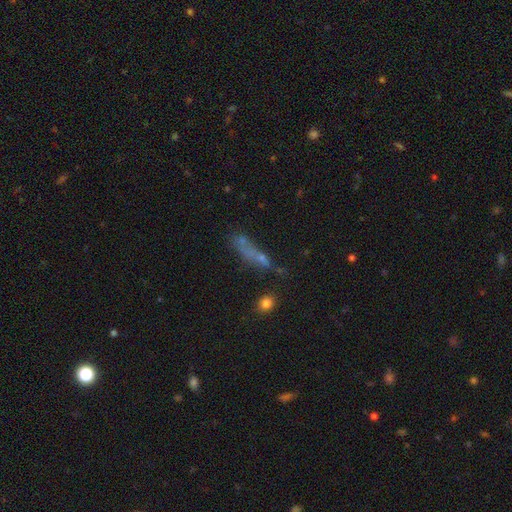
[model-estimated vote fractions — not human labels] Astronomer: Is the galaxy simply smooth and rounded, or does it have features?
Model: smooth — 49% (runner-up: featured or disk, 28%).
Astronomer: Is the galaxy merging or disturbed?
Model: none — 45% (runner-up: merger, 20%).